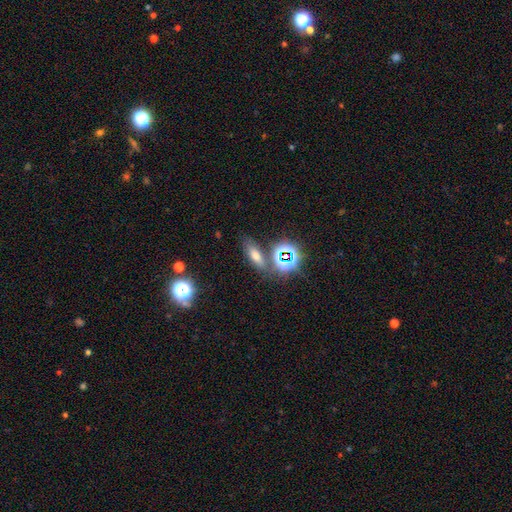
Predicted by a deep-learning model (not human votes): Smooth or featured: smooth — 54% (star or artifact — 30%)
How rounded: in between — 61% (cigar-shaped — 26%)
Merging: none — 72% (minor disturbance — 12%)